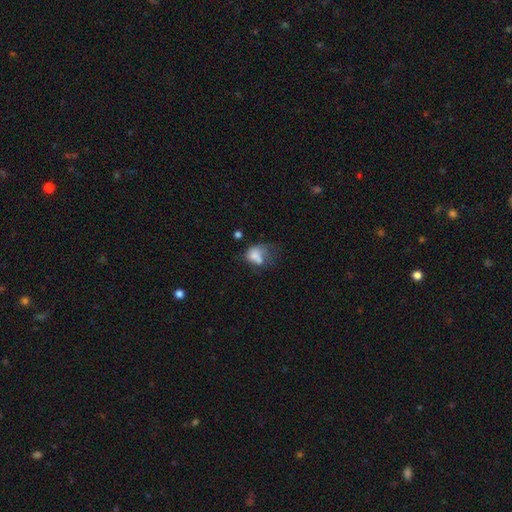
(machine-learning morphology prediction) Smooth or featured? Predicted: smooth (p=0.66). How rounded? Predicted: in between (p=0.66). Merging? Predicted: major disturbance (p=0.41).